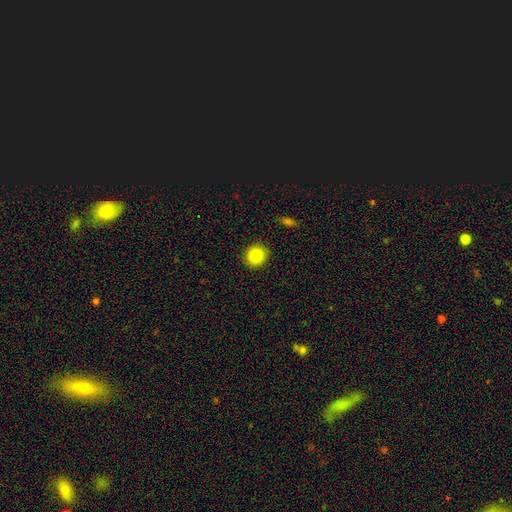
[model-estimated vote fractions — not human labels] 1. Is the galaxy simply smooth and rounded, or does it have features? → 84% smooth, 10% star or artifact, 6% featured or disk.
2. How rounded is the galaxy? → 89% round, 10% in between, 1% cigar-shaped.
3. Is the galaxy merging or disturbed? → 91% none, 6% minor disturbance, 2% major disturbance, 1% merger.